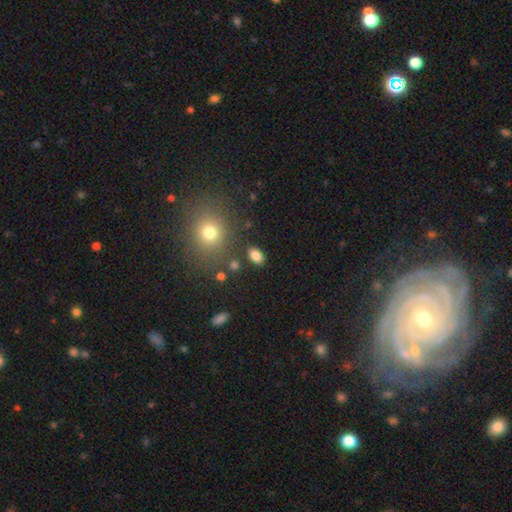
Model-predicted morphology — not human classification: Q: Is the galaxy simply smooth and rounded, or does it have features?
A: smooth — 82%.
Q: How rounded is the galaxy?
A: in between — 82%.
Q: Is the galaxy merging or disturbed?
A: none — 84%.